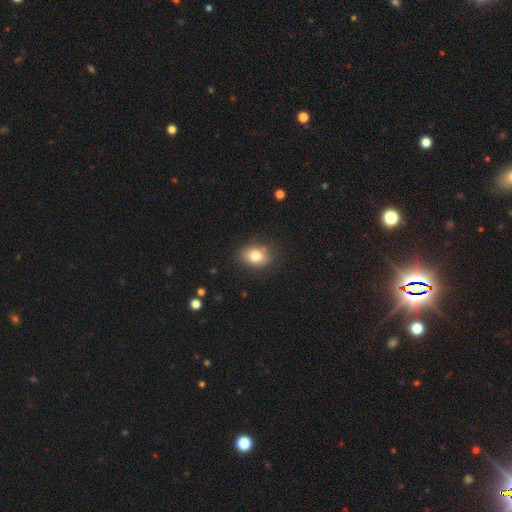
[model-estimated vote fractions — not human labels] smooth_or_featured: smooth (p=0.80) [alt: featured or disk p=0.10]
how_rounded: in between (p=0.64) [alt: round p=0.35]
merging: none (p=0.78) [alt: minor disturbance p=0.16]